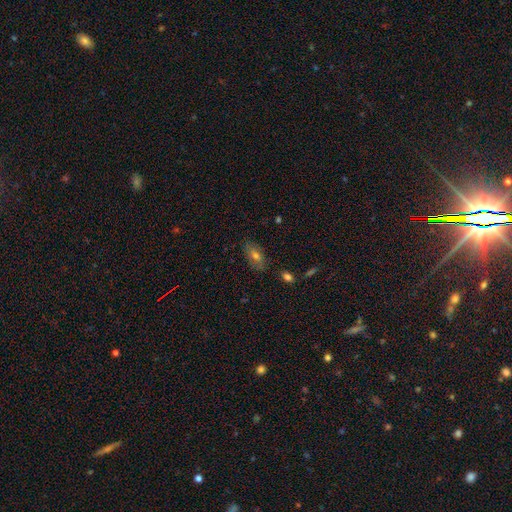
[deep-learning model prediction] A smooth galaxy with no disk features (60%) that is in between round and cigar-shaped (86%).

Vote fractions:
- Smooth or featured? smooth: 60% / featured or disk: 28% / star or artifact: 11%
- How rounded? in between: 86% / cigar-shaped: 8% / round: 6%
- Merging? none: 82% / minor disturbance: 13% / major disturbance: 3% / merger: 2%